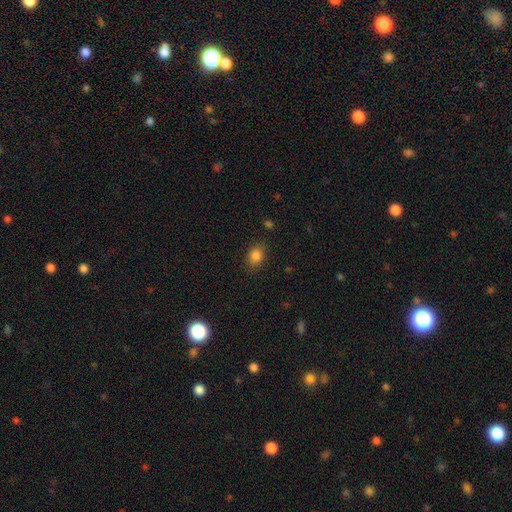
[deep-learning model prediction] Morphology: type=smooth (84%); roundness=in between (60%); merging=none (82%).